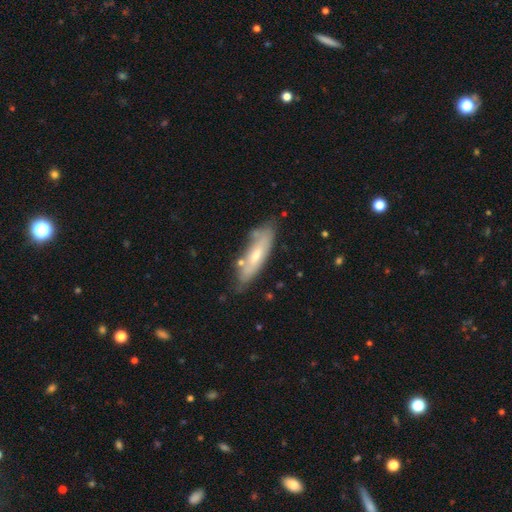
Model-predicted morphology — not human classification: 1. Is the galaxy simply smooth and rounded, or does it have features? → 51% featured or disk, 43% smooth, 7% star or artifact.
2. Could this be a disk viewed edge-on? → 54% no, 46% yes.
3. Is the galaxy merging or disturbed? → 70% none, 20% minor disturbance, 5% merger, 4% major disturbance.